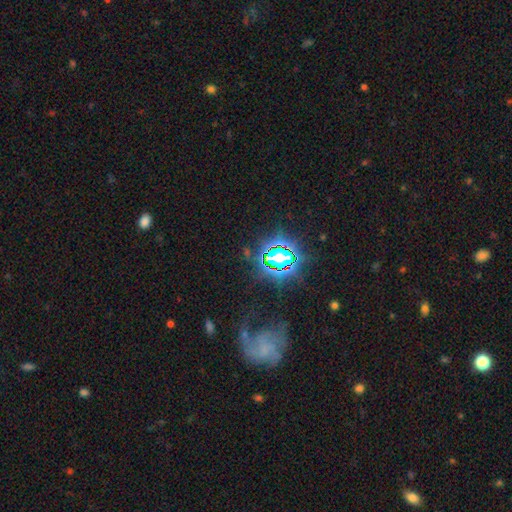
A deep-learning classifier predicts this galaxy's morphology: A star or artifact, not a galaxy (62%).

Vote fractions:
- Smooth or featured? star or artifact: 62% / featured or disk: 20% / smooth: 19%